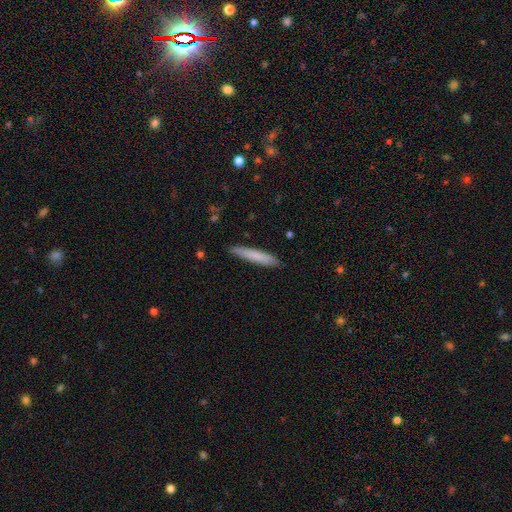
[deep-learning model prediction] Q: Smooth or featured?
A: smooth (78%); runner-up: featured or disk (16%)
Q: How rounded?
A: cigar-shaped (93%); runner-up: in between (6%)
Q: Merging?
A: none (88%); runner-up: minor disturbance (9%)